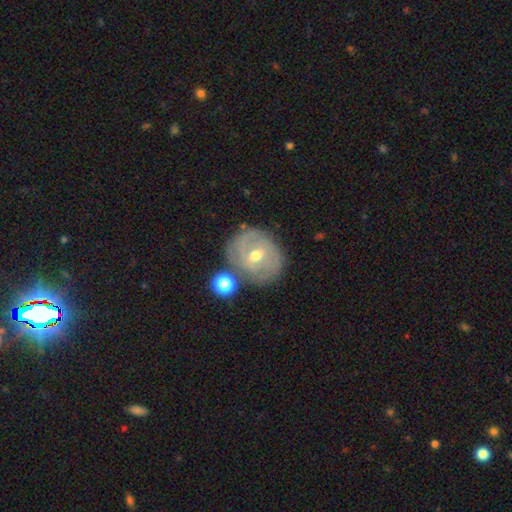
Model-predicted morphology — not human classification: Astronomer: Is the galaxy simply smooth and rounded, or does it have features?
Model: featured or disk — 70%.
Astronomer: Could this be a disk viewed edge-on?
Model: no — 96%.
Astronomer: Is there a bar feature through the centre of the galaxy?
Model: weak — 51% (runner-up: no, 35%).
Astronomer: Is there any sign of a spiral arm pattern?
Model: yes — 82%.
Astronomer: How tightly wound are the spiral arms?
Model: tight — 63%.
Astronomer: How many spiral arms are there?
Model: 2 — 36% (runner-up: can't tell, 34%).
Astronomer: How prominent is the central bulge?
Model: moderate — 67%.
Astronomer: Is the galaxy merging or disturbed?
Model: none — 70%.